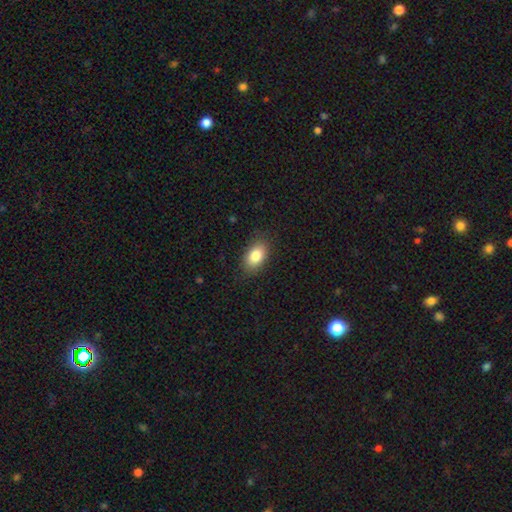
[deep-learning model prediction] This is clearly a smooth galaxy (84%). How rounded: clearly in between (90%). Merging: clearly none (86%).